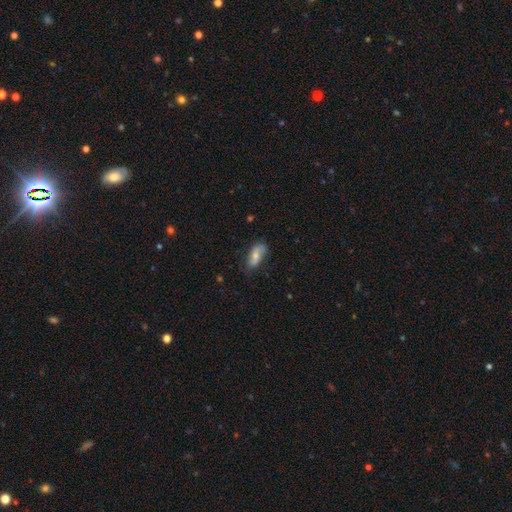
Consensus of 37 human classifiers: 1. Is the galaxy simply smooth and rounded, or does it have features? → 59% smooth, 41% featured or disk, 0% star or artifact.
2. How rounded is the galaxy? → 91% in between, 5% round, 5% cigar-shaped.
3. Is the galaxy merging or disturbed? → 65% none, 30% minor disturbance, 5% major disturbance, 0% merger.